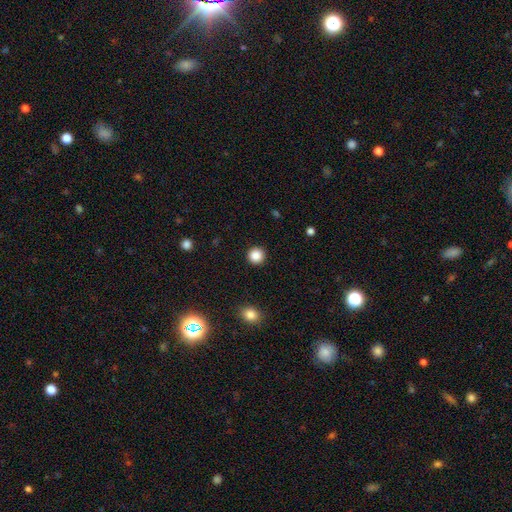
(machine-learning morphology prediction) Smooth or featured: smooth — 87% (star or artifact — 10%)
How rounded: round — 95% (in between — 4%)
Merging: none — 92% (minor disturbance — 5%)